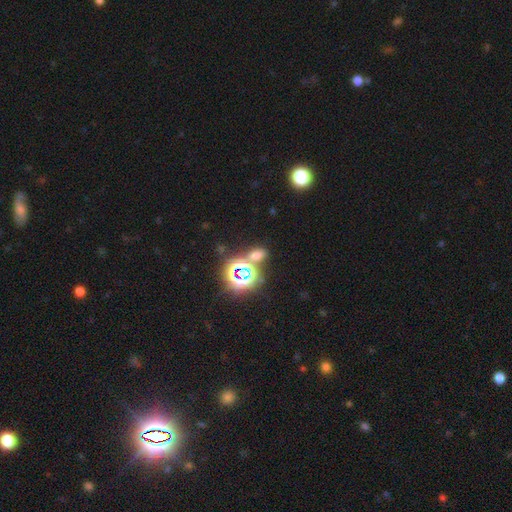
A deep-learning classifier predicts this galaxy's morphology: smooth_or_featured: smooth (p=0.47) [alt: star or artifact p=0.45]
merging: none (p=0.65) [alt: merger p=0.19]